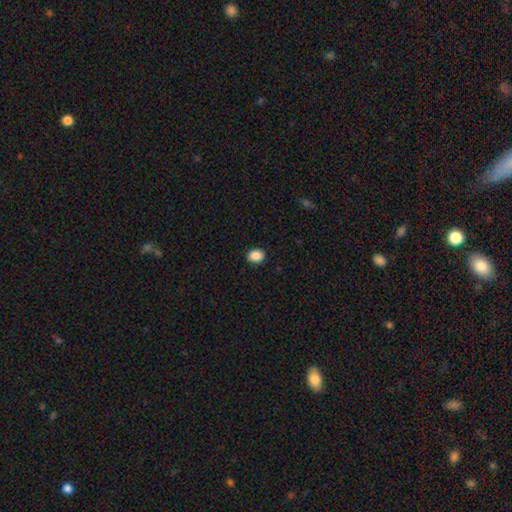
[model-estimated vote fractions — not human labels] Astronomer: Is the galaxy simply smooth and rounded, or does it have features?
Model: smooth — 89%.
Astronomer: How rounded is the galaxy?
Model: in between — 54% (runner-up: round, 45%).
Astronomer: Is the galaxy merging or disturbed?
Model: none — 90%.